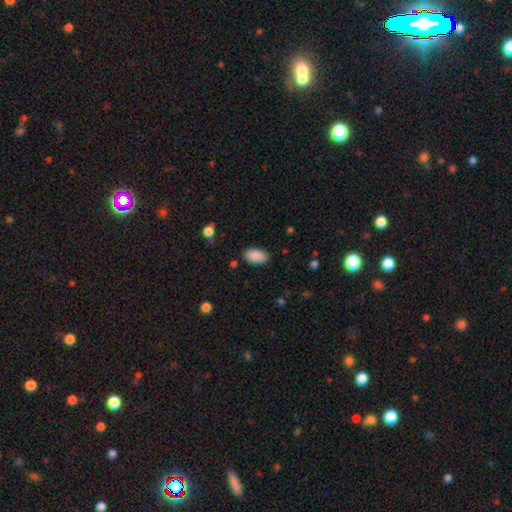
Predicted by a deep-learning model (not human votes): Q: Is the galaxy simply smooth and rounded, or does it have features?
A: smooth — 90%.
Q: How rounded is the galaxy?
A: in between — 95%.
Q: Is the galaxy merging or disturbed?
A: none — 87%.